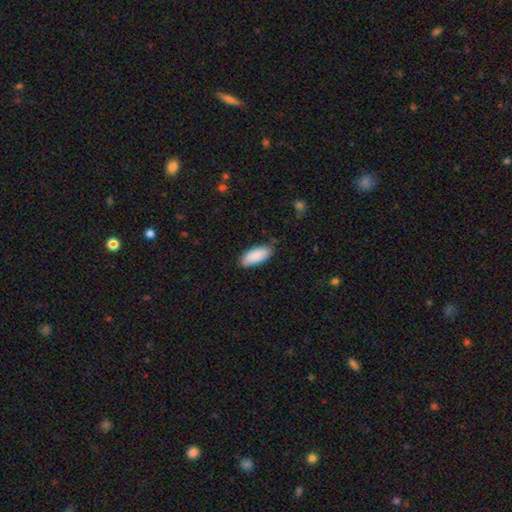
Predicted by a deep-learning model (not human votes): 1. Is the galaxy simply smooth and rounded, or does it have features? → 87% smooth, 7% featured or disk, 6% star or artifact.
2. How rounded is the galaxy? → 86% in between, 12% cigar-shaped, 2% round.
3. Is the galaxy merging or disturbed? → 78% none, 18% minor disturbance, 3% major disturbance, 1% merger.